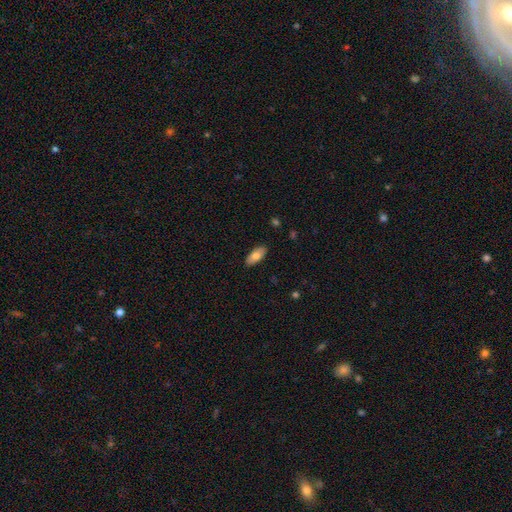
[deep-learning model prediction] Morphology: type=smooth (78%); roundness=in between (87%); merging=none (88%).